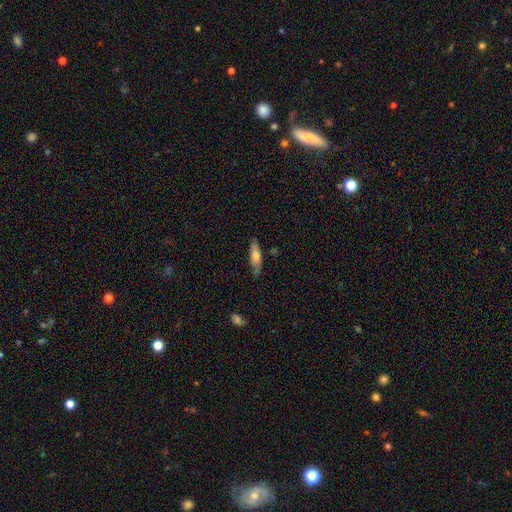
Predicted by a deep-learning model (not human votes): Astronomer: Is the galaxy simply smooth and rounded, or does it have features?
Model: smooth — 62%.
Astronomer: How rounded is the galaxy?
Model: cigar-shaped — 61% (runner-up: in between, 37%).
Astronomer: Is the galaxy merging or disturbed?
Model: none — 80%.